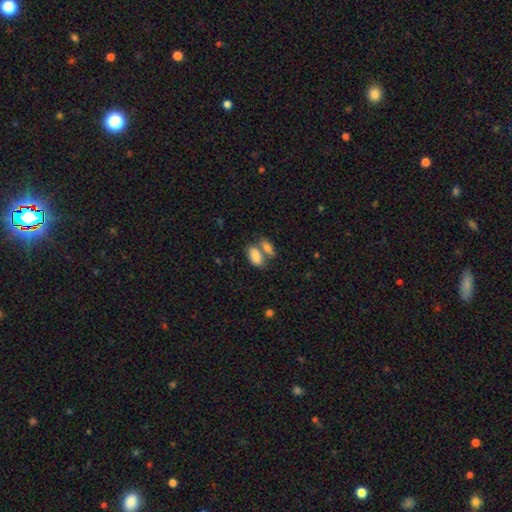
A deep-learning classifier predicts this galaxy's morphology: smooth_or_featured: smooth (p=0.84) [alt: featured or disk p=0.09]
how_rounded: in between (p=0.91) [alt: cigar-shaped p=0.04]
merging: merger (p=0.48) [alt: none p=0.38]